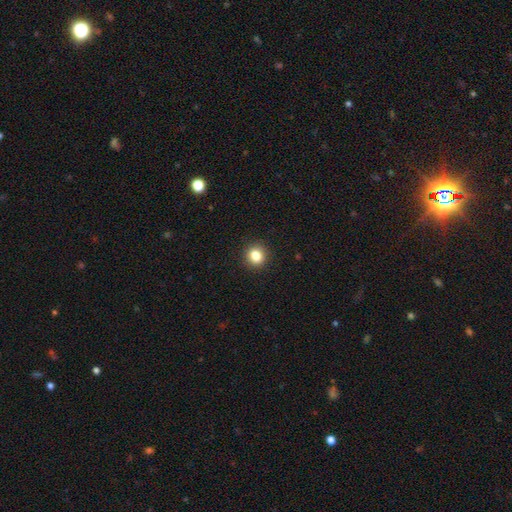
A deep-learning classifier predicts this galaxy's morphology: Smooth or featured? Predicted: smooth (p=0.83). How rounded? Predicted: round (p=0.84). Merging? Predicted: none (p=0.92).